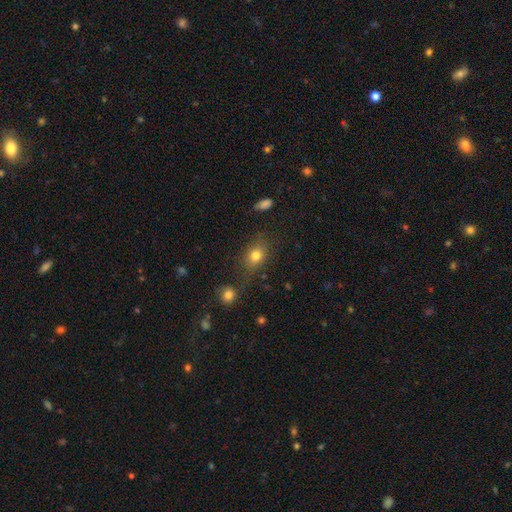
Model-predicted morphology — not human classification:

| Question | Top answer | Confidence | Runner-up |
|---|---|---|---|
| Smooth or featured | smooth | 78% | star or artifact (13%) |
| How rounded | in between | 59% | round (39%) |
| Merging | none | 70% | minor disturbance (16%) |